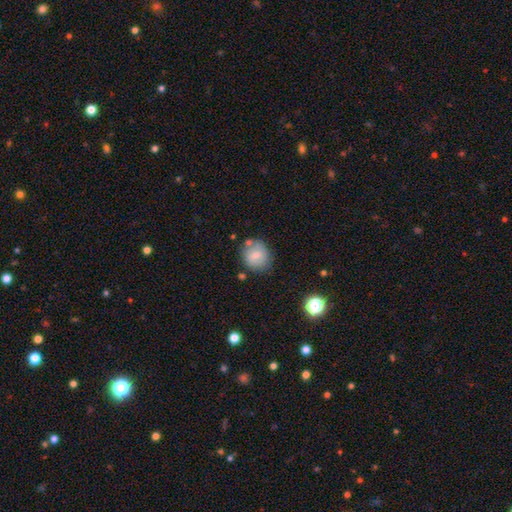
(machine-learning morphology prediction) Smooth or featured: smooth — 74% (featured or disk — 17%)
How rounded: round — 78% (in between — 21%)
Merging: none — 68% (minor disturbance — 19%)